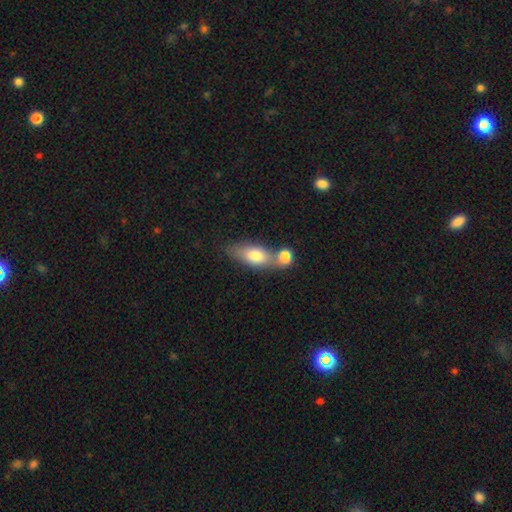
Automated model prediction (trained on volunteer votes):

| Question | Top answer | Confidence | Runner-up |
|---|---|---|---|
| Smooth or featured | smooth | 73% | featured or disk (20%) |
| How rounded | in between | 77% | cigar-shaped (16%) |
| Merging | merger | 47% | none (37%) |